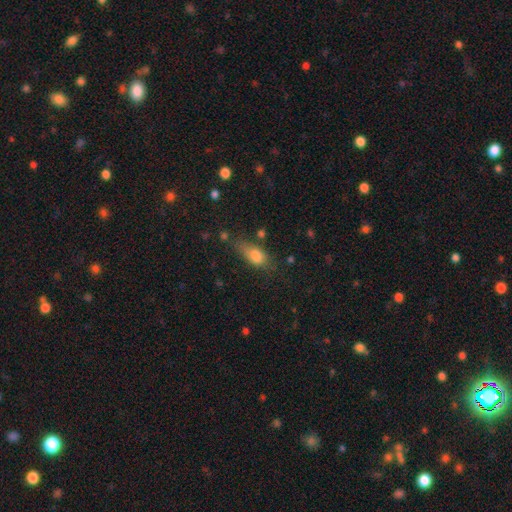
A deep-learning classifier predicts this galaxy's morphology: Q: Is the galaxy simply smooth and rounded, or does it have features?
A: smooth — 76%.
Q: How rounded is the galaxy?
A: in between — 73%.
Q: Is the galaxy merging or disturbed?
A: none — 49%.